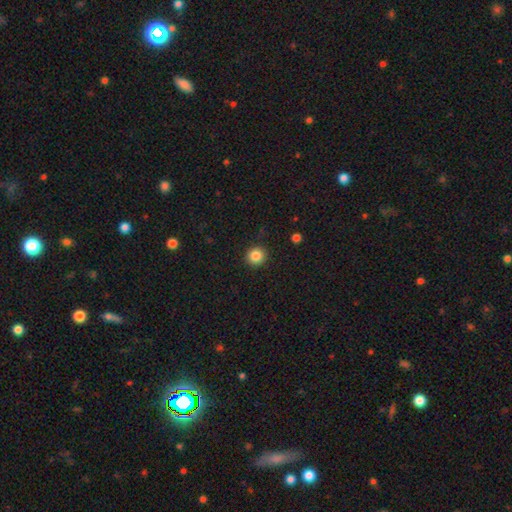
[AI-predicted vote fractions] Smooth or featured?
  - smooth: 85% *
  - star or artifact: 10%
  - featured or disk: 4%
How rounded?
  - round: 94% *
  - in between: 5%
  - cigar-shaped: 1%
Merging?
  - none: 92% *
  - minor disturbance: 5%
  - major disturbance: 2%
  - merger: 1%